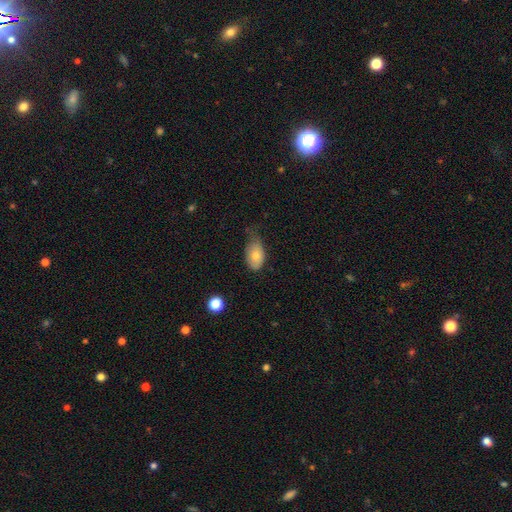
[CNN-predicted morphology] This is likely a smooth galaxy (73%). How rounded: clearly in between (85%). Merging: marginally minor disturbance (44%).